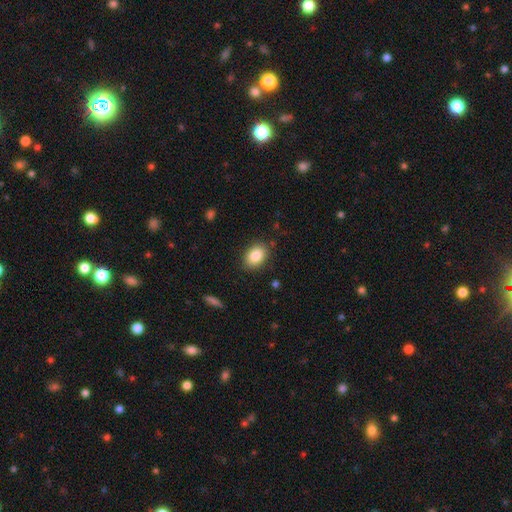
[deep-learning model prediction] Q: Smooth or featured?
A: smooth (85%); runner-up: star or artifact (8%)
Q: How rounded?
A: in between (76%); runner-up: round (23%)
Q: Merging?
A: none (86%); runner-up: minor disturbance (10%)